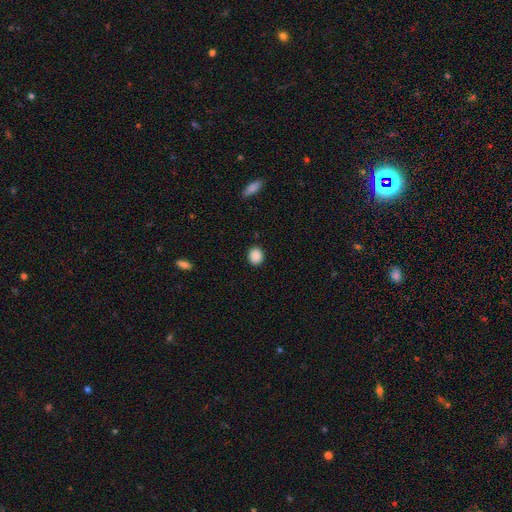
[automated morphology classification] Overall: smooth (89%). How rounded: round (76%). Merging: none (90%).